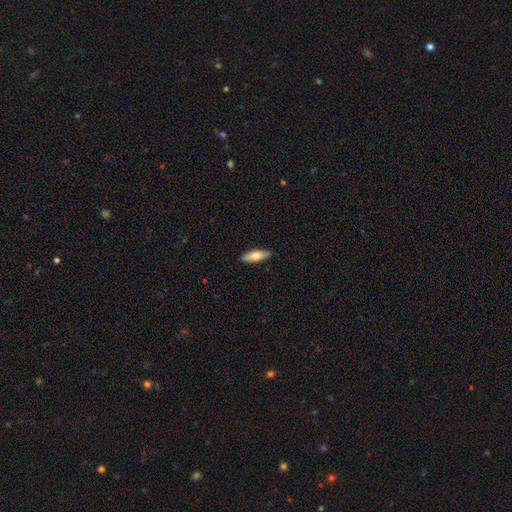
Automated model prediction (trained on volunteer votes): Smooth or featured: smooth — 74% (featured or disk — 21%)
How rounded: in between — 61% (cigar-shaped — 37%)
Merging: none — 89% (minor disturbance — 8%)